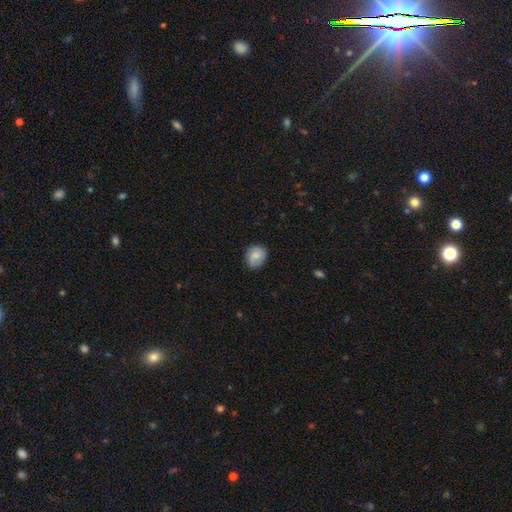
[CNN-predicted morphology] A smooth galaxy with no disk features (71%) that is round (69%).

Vote fractions:
- Smooth or featured? smooth: 71% / featured or disk: 22% / star or artifact: 7%
- How rounded? round: 69% / in between: 30% / cigar-shaped: 1%
- Merging? none: 81% / minor disturbance: 14% / major disturbance: 3% / merger: 1%